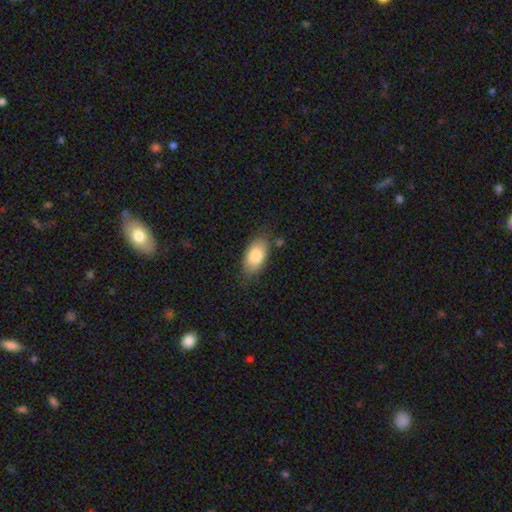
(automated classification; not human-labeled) This is clearly a smooth galaxy (83%). How rounded: clearly in between (92%). Merging: likely none (74%).